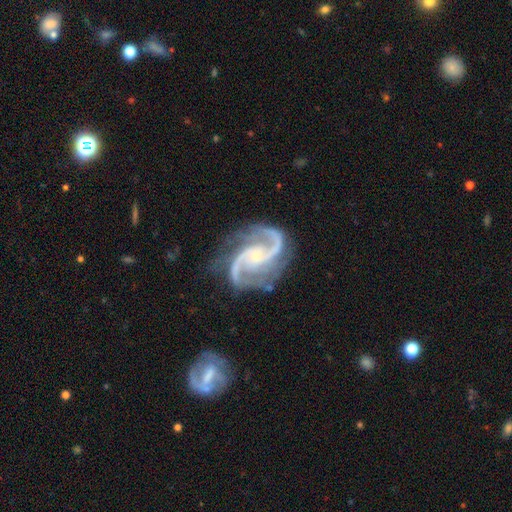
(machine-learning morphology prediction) Smooth or featured: featured or disk — 94% (star or artifact — 4%)
Edge-on disk: no — 98% (yes — 2%)
Bar: no — 52% (weak — 34%)
Spiral arms: yes — 99% (no — 1%)
Spiral winding: medium — 63% (loose — 19%)
Spiral arm count: 2 — 86% (3 — 6%)
Bulge size: small — 72% (moderate — 20%)
Merging: none — 72% (minor disturbance — 18%)